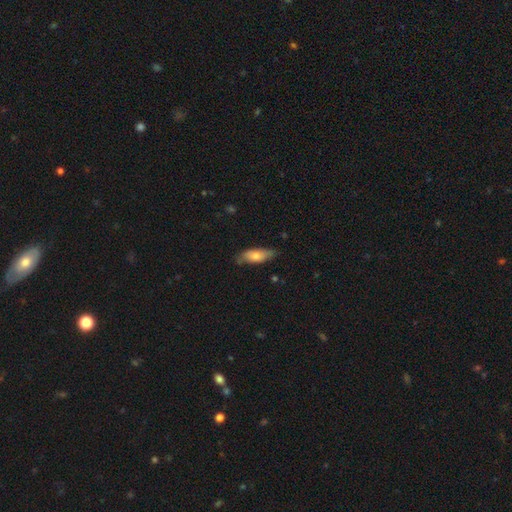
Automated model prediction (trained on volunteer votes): smooth 70%, featured or disk 23%, star or artifact 6%. Down the decision tree: how rounded — in between (71%); merging — none (71%).